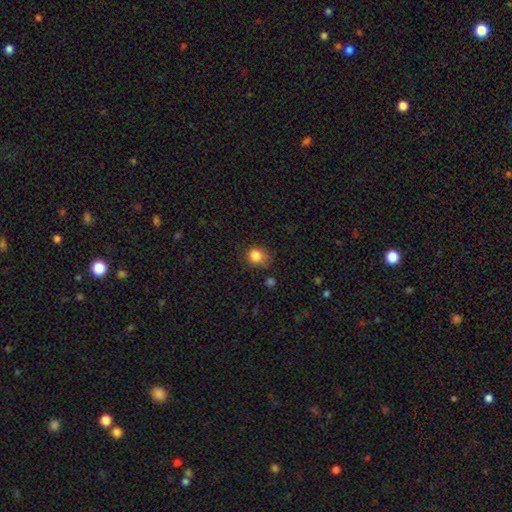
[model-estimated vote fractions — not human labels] This is clearly a smooth galaxy (84%). How rounded: likely round (78%). Merging: likely none (63%).